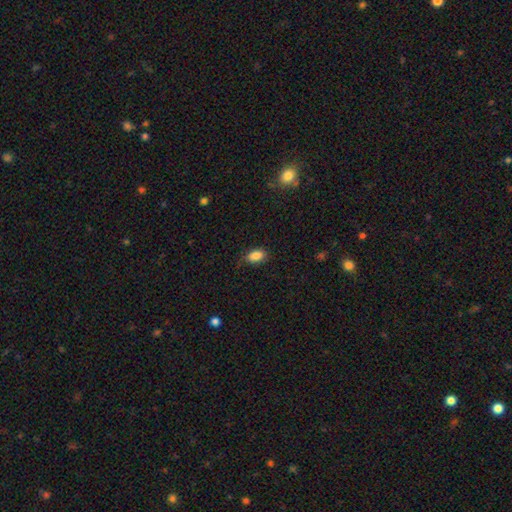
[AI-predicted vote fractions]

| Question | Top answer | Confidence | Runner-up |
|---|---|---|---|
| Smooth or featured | smooth | 85% | star or artifact (9%) |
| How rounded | in between | 89% | round (9%) |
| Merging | none | 69% | minor disturbance (23%) |